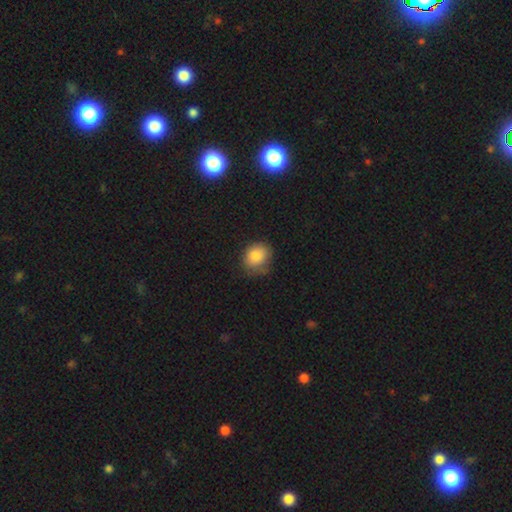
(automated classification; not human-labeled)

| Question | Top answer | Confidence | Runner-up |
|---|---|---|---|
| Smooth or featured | smooth | 85% | star or artifact (8%) |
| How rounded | round | 61% | in between (38%) |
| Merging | none | 63% | minor disturbance (28%) |